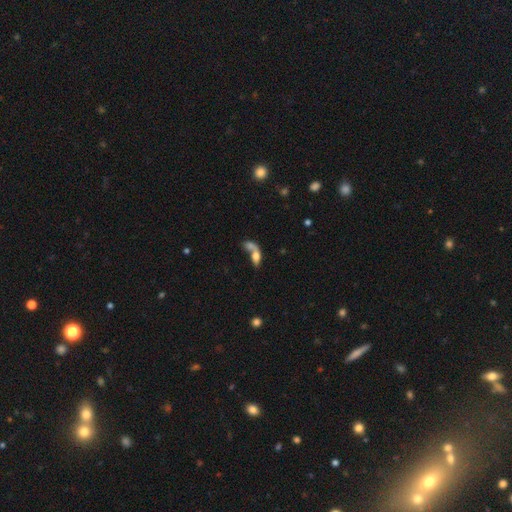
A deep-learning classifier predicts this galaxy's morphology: Smooth or featured? Predicted: smooth (p=0.63). How rounded? Predicted: in between (p=0.72). Merging? Predicted: merger (p=0.62).